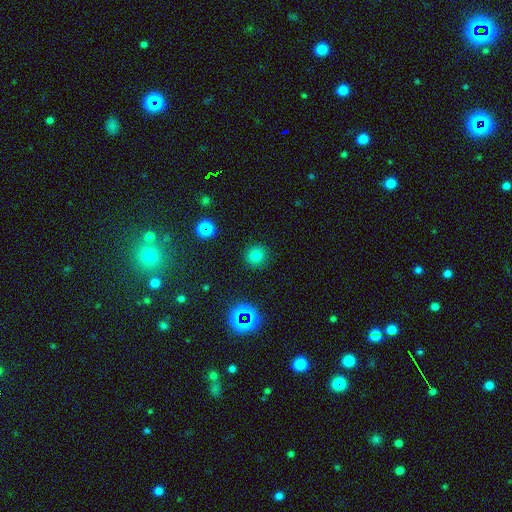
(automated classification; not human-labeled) A smooth galaxy with no disk features (75%) that is round (94%). Merging: none (91%).